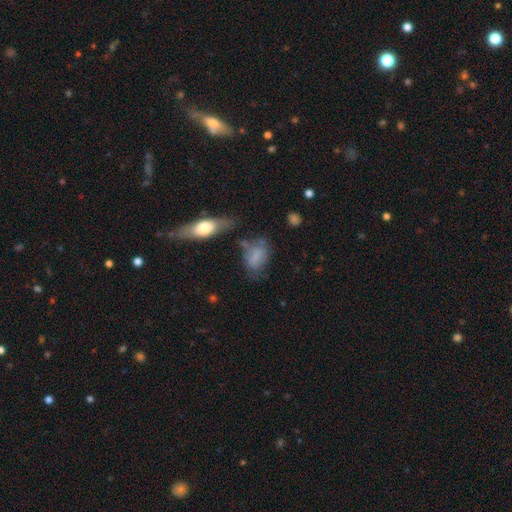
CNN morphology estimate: Smooth or featured?
  - smooth: 67% *
  - featured or disk: 22%
  - star or artifact: 10%
How rounded?
  - in between: 81% *
  - round: 15%
  - cigar-shaped: 4%
Merging?
  - none: 47% *
  - minor disturbance: 27%
  - major disturbance: 17%
  - merger: 9%